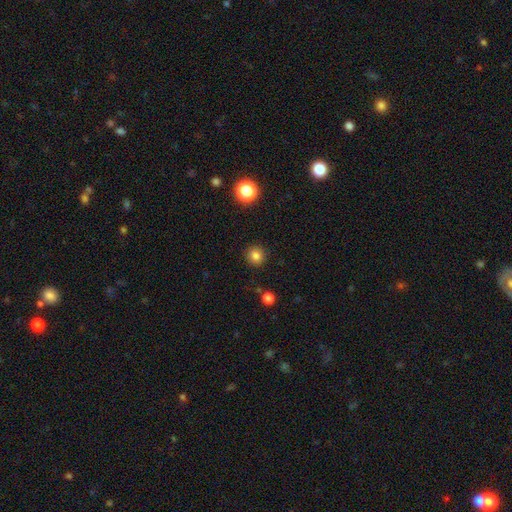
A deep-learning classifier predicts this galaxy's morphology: A smooth galaxy with no disk features (82%) that is round (92%).

Vote fractions:
- Smooth or featured? smooth: 82% / star or artifact: 13% / featured or disk: 5%
- How rounded? round: 92% / in between: 7% / cigar-shaped: 1%
- Merging? none: 90% / minor disturbance: 6% / major disturbance: 2% / merger: 2%